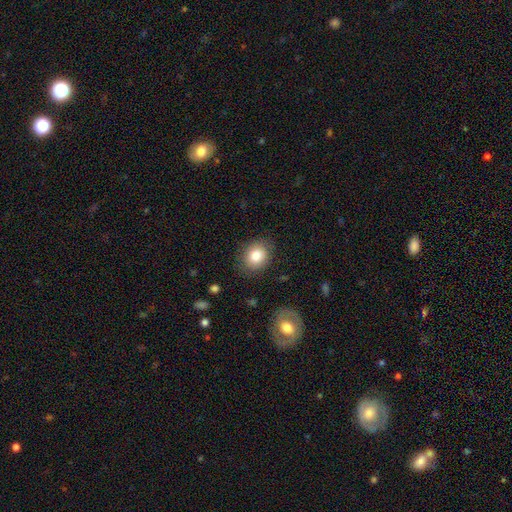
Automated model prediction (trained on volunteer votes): Smooth or featured?
  - smooth: 83% *
  - star or artifact: 9%
  - featured or disk: 8%
How rounded?
  - round: 56% *
  - in between: 43%
  - cigar-shaped: 1%
Merging?
  - none: 84% *
  - minor disturbance: 11%
  - major disturbance: 3%
  - merger: 1%